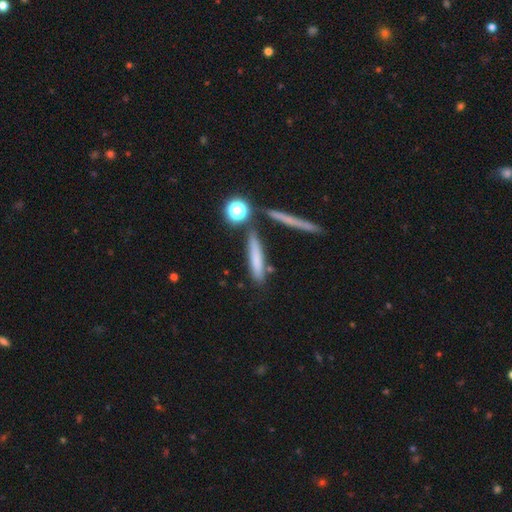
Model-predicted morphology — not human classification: A smooth galaxy with no disk features (71%) that is cigar-shaped (83%).

Vote fractions:
- Smooth or featured? smooth: 71% / featured or disk: 19% / star or artifact: 10%
- How rounded? cigar-shaped: 83% / in between: 12% / round: 5%
- Merging? none: 72% / minor disturbance: 12% / merger: 11% / major disturbance: 5%